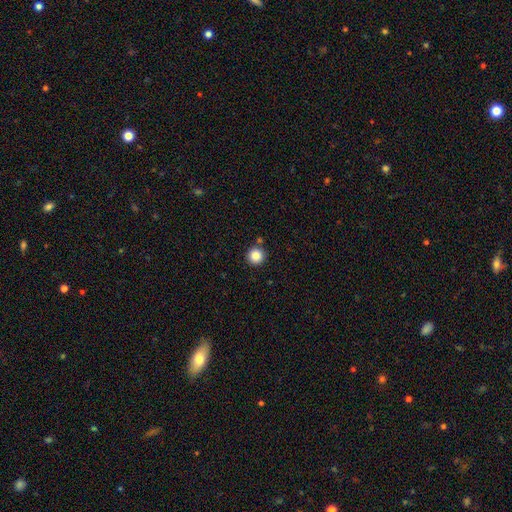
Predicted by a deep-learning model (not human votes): Smooth or featured? smooth (87%)
How rounded? round (95%)
Merging? none (86%)